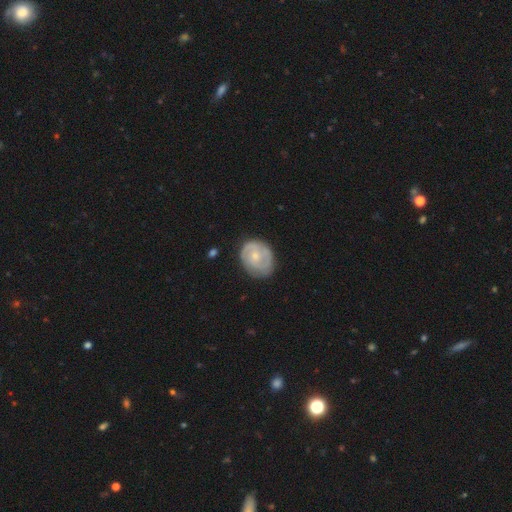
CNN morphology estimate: Smooth or featured?
  - featured or disk: 66% *
  - smooth: 29%
  - star or artifact: 5%
Edge-on disk?
  - no: 98% *
  - yes: 2%
Bar?
  - no: 74% *
  - weak: 23%
  - strong: 3%
Spiral arms?
  - yes: 83% *
  - no: 17%
Spiral winding?
  - tight: 58% *
  - medium: 31%
  - loose: 10%
Spiral arm count?
  - 2: 47% *
  - can't tell: 29%
  - 3: 10%
  - 1: 9%
  - 4: 2%
  - more than 4: 2%
Bulge size?
  - small: 59% *
  - moderate: 35%
  - none: 3%
  - large: 1%
  - dominant: 1%
Merging?
  - none: 71% *
  - minor disturbance: 22%
  - major disturbance: 6%
  - merger: 1%